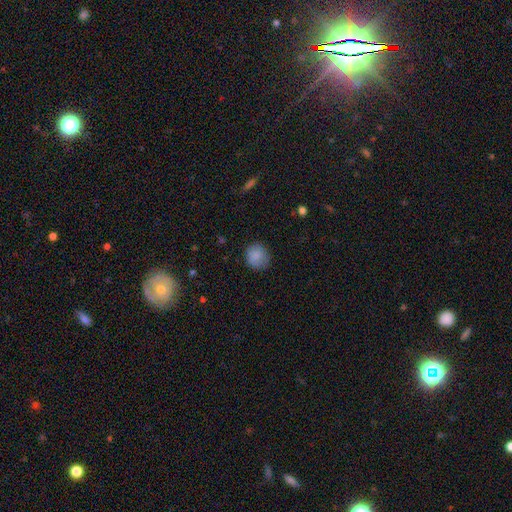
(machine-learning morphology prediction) A smooth galaxy with no disk features (85%) that is round (83%). Merging: none (78%).